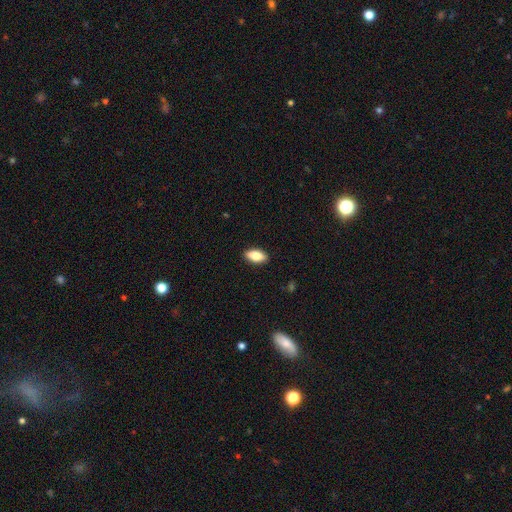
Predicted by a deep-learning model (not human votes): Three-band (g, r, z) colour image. It shows a smooth galaxy with no disk features (82%) that is in between round and cigar-shaped (90%). Merging: none (90%).